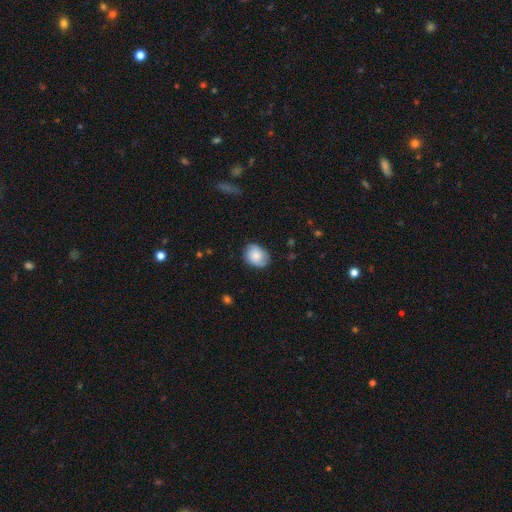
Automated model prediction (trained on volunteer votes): Smooth or featured? Predicted: smooth (p=0.69). How rounded? Predicted: in between (p=0.54). Merging? Predicted: none (p=0.73).